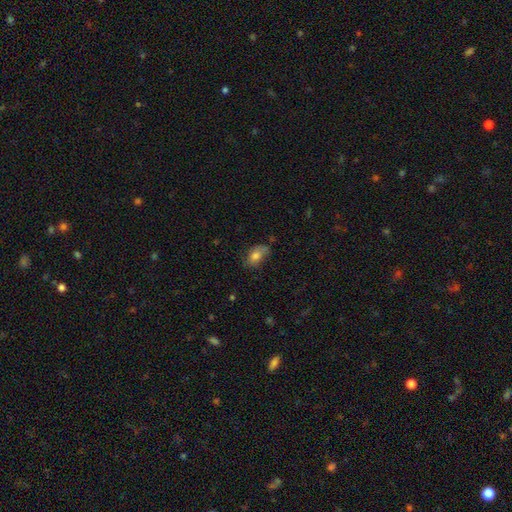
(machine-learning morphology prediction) Overall: smooth (74%). How rounded: in between (85%). Merging: none (52%; minor disturbance 33%).